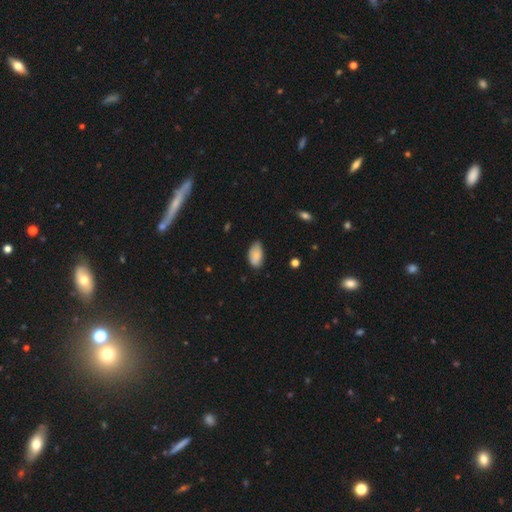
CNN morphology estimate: The model was most divided on "merging": none: 64%, minor disturbance: 30%, major disturbance: 4%, merger: 2%. More confident: how rounded — in between (94%); smooth or featured — smooth (85%).